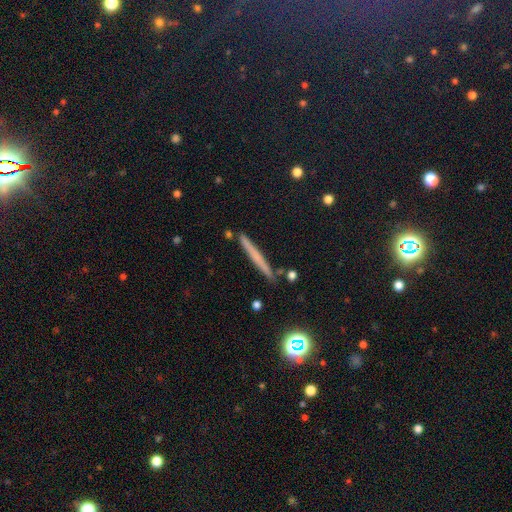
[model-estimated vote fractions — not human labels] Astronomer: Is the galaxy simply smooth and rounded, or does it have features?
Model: smooth — 51% (runner-up: featured or disk, 36%).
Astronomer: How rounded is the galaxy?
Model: cigar-shaped — 95%.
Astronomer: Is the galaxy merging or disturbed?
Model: none — 88%.